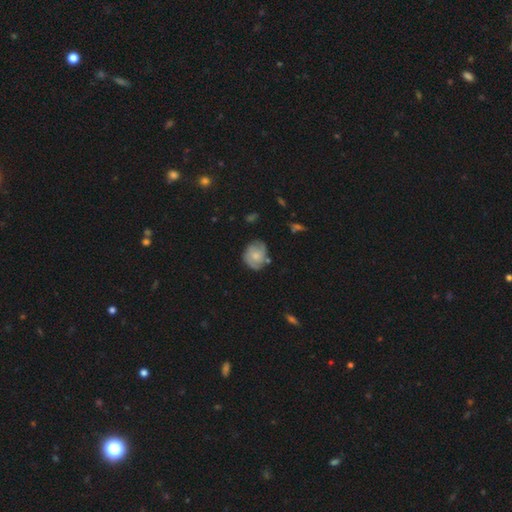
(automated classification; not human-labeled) Overall: featured or disk (47%; smooth 46%). Merging: none (68%).